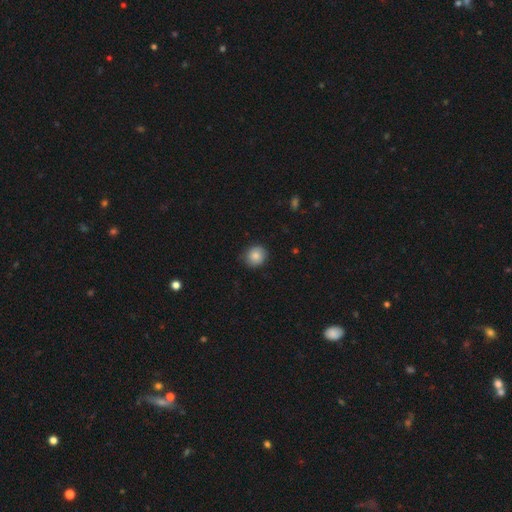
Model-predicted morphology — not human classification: Smooth or featured: smooth — 85% (star or artifact — 8%)
How rounded: round — 84% (in between — 15%)
Merging: none — 85% (minor disturbance — 12%)